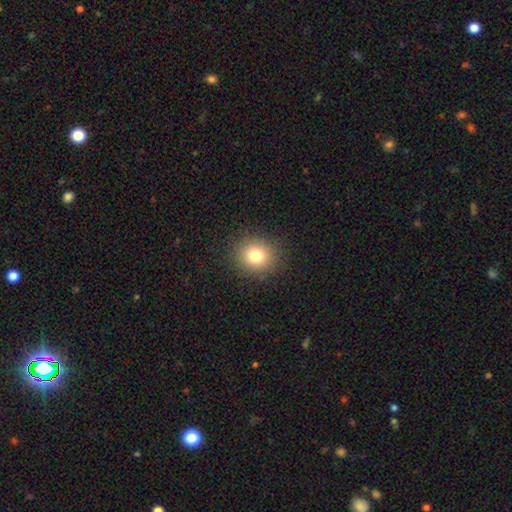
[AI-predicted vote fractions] smooth 79%, star or artifact 13%, featured or disk 8%. Down the decision tree: how rounded — round (82%); merging — none (90%).